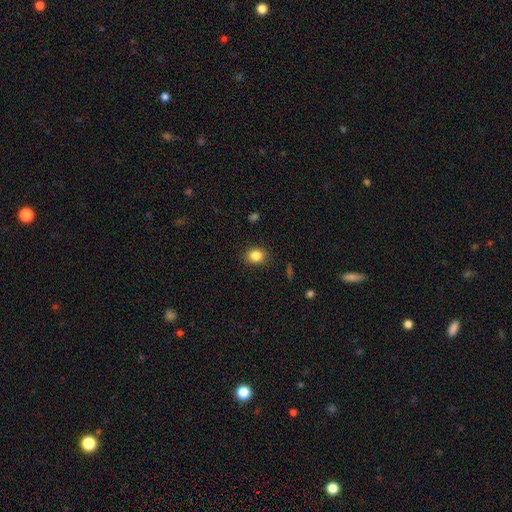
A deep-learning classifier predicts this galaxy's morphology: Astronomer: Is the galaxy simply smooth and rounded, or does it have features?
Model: smooth — 84%.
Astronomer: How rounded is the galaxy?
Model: round — 66%.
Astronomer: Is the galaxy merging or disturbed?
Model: none — 89%.